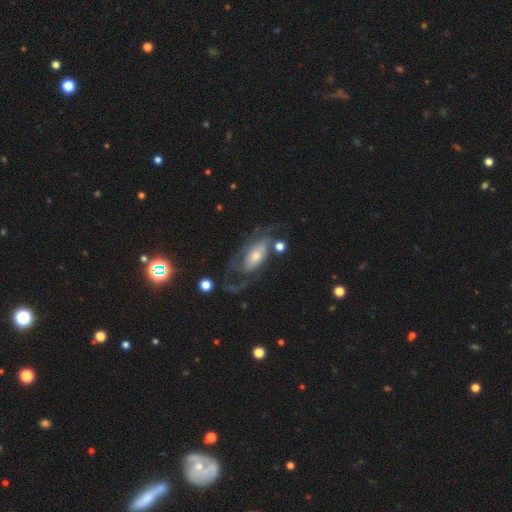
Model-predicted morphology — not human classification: type=featured or disk (74%); edge-on=no (91%); bar=no (63%); spiral arms=yes (80%); winding=medium (40%); arm count=2 (41%); bulge=moderate (49%); merging=none (46%).